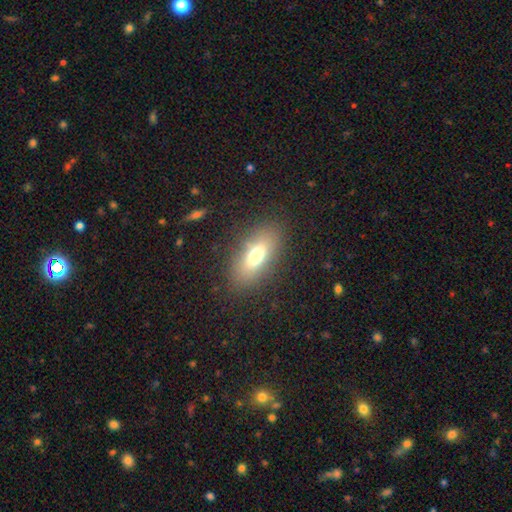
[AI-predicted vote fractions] The model was most divided on "smooth or featured": smooth: 70%, featured or disk: 19%, star or artifact: 11%. More confident: merging — none (82%); how rounded — in between (78%).